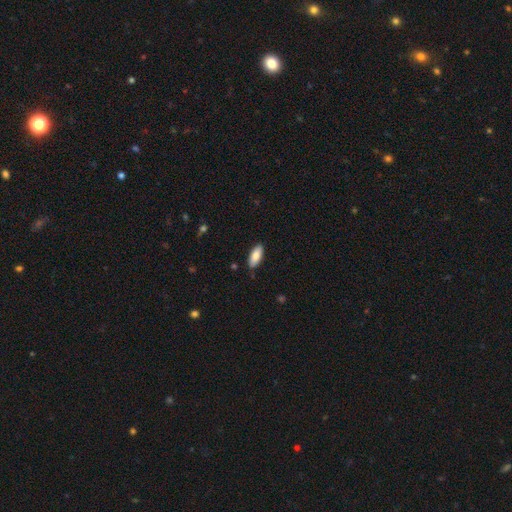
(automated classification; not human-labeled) smooth 85%, featured or disk 9%, star or artifact 6%. Down the decision tree: how rounded — in between (79%); merging — none (87%).